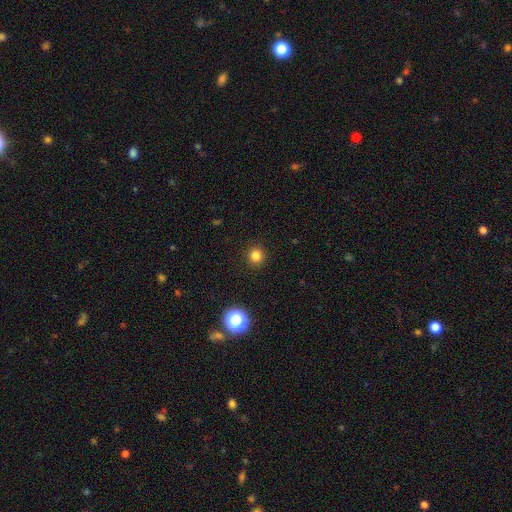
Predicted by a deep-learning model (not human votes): This is clearly a smooth galaxy (82%). How rounded: clearly round (94%). Merging: clearly none (92%).